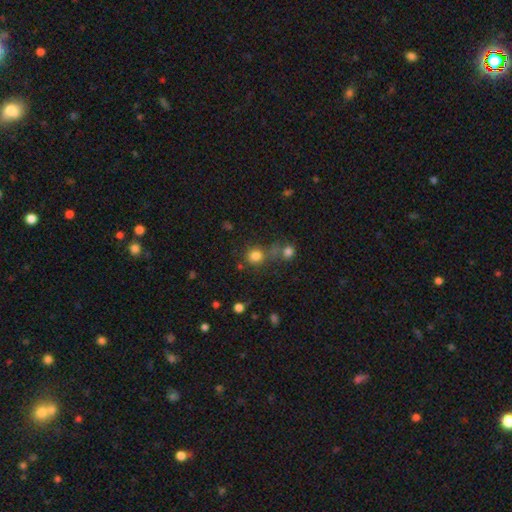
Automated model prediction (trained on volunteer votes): Overall: smooth (79%). How rounded: round (88%). Merging: none (61%; merger 22%).